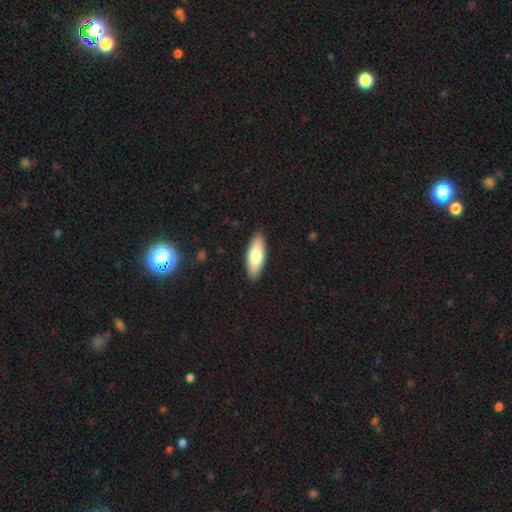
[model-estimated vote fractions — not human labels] The model was most divided on "how rounded": in between: 66%, cigar-shaped: 32%, round: 2%. More confident: merging — none (89%); smooth or featured — smooth (71%).